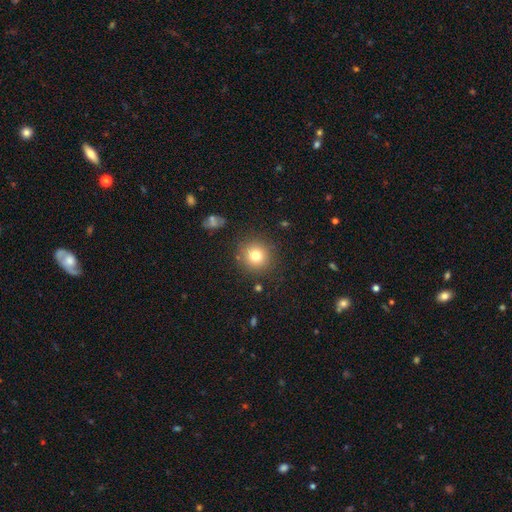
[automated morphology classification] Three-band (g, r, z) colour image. It shows a smooth galaxy with no disk features (78%) that is round (93%). Merging: none (87%).